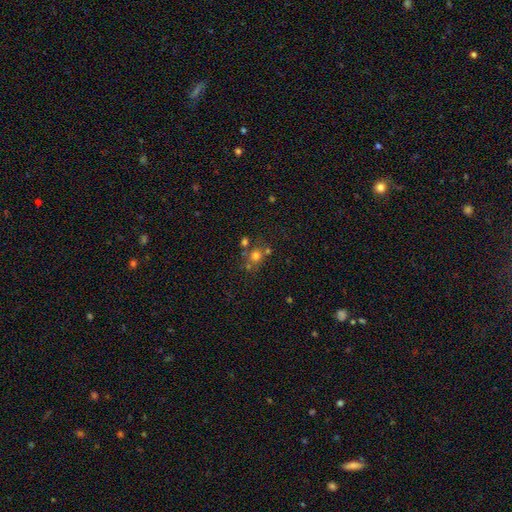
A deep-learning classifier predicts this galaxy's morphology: A smooth galaxy with no disk features (66%) that is round (79%). Merging: none (57%).